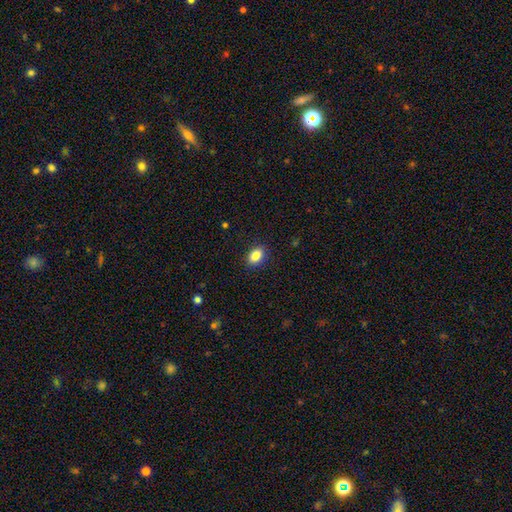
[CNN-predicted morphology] Smooth or featured?
  - smooth: 87% *
  - star or artifact: 8%
  - featured or disk: 5%
How rounded?
  - in between: 84% *
  - round: 14%
  - cigar-shaped: 1%
Merging?
  - none: 89% *
  - minor disturbance: 8%
  - major disturbance: 2%
  - merger: 1%